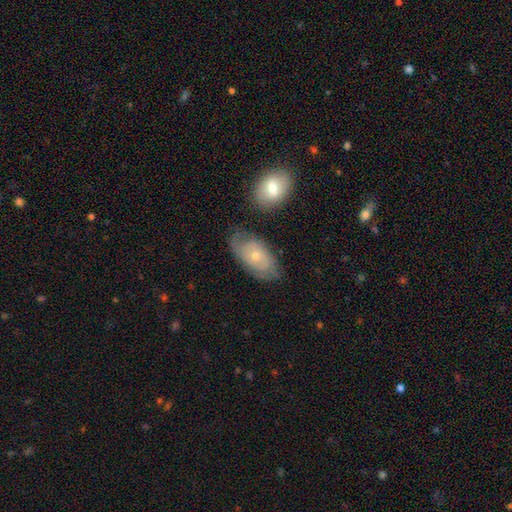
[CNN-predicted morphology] This appears to be a featured or disk galaxy (50%). Merging: none (66%).